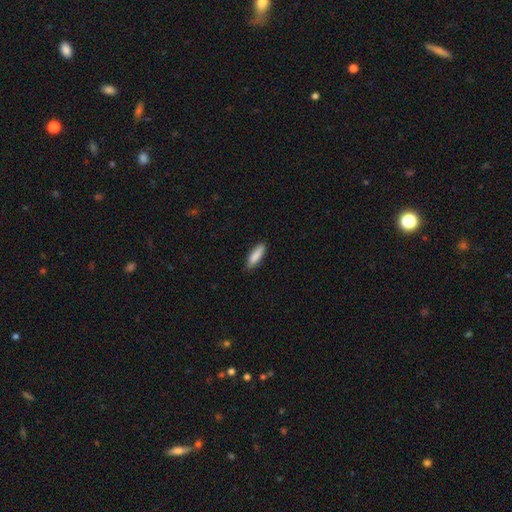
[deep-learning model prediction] The model was most divided on "how rounded": cigar-shaped: 56%, in between: 42%, round: 1%. More confident: smooth or featured — smooth (87%); merging — none (85%).